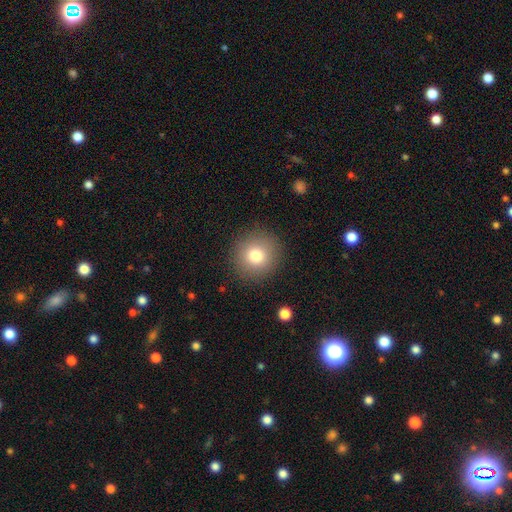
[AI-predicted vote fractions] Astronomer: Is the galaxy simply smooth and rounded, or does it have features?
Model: smooth — 79%.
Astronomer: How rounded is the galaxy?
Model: round — 93%.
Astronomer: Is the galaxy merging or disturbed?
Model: none — 89%.